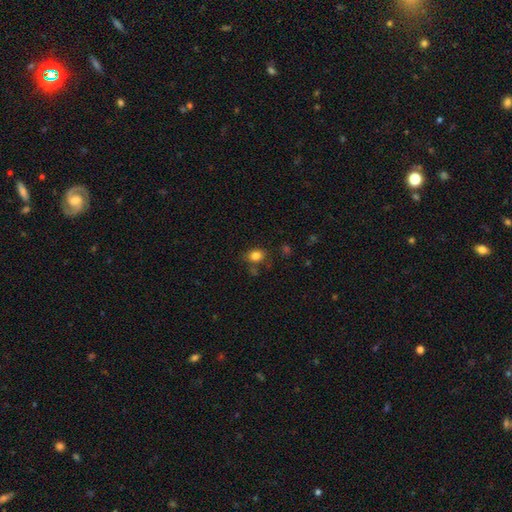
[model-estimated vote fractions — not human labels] Smooth or featured? Predicted: smooth (p=0.82). How rounded? Predicted: in between (p=0.55). Merging? Predicted: none (p=0.73).